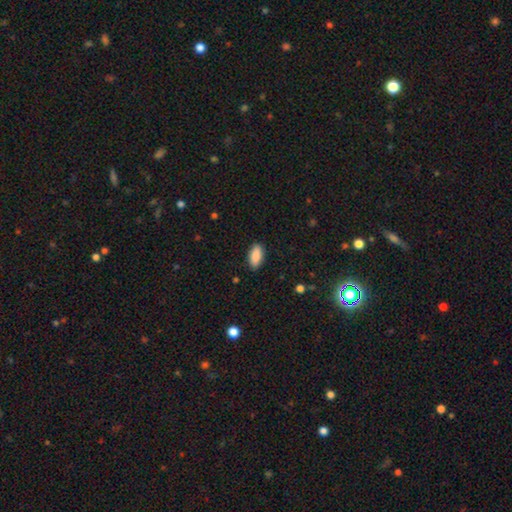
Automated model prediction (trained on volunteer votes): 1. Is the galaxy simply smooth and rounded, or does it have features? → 89% smooth, 6% star or artifact, 5% featured or disk.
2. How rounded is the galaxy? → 88% in between, 10% cigar-shaped, 2% round.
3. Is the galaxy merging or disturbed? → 88% none, 9% minor disturbance, 2% major disturbance, 1% merger.